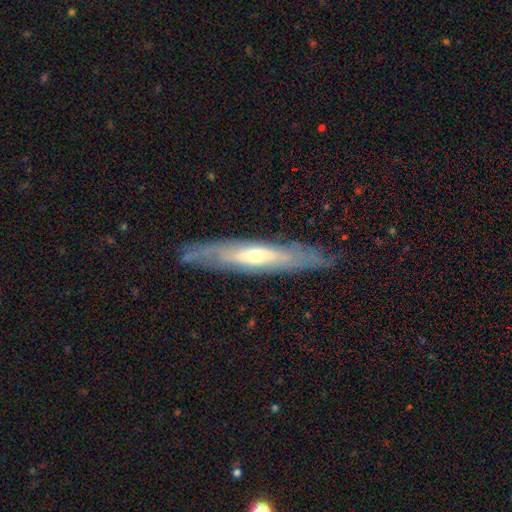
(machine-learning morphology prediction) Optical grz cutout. It shows a featured or disk galaxy (70%) viewed edge-on (63%). Merging: none (82%).